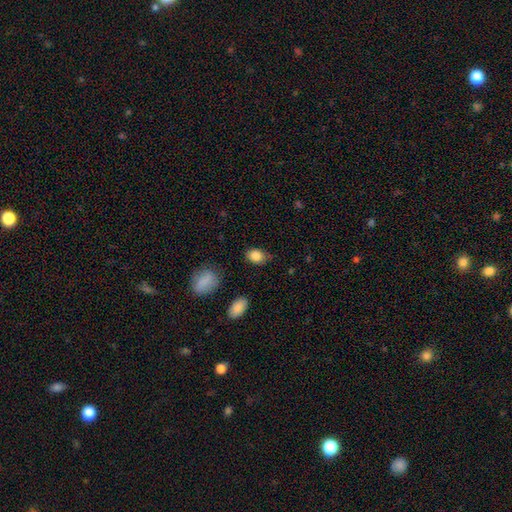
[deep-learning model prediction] Smooth or featured: smooth — 86% (star or artifact — 9%)
How rounded: in between — 71% (round — 28%)
Merging: none — 75% (minor disturbance — 19%)